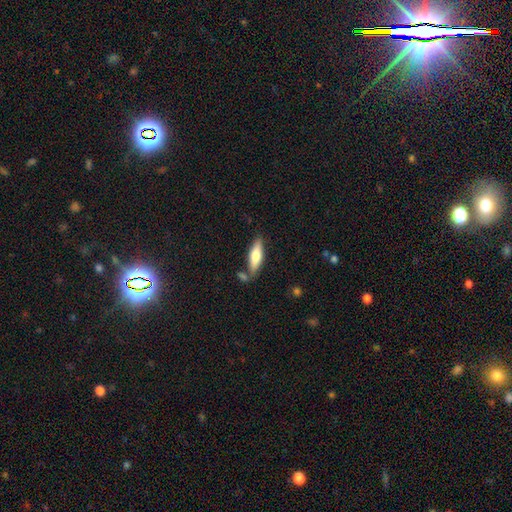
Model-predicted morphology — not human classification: Smooth or featured? Predicted: smooth (p=0.62). How rounded? Predicted: cigar-shaped (p=0.54). Merging? Predicted: none (p=0.74).